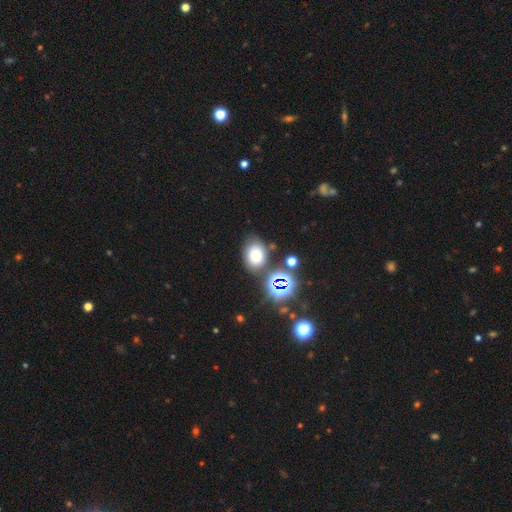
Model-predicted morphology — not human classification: Smooth or featured? Predicted: smooth (p=0.64). How rounded? Predicted: in between (p=0.63). Merging? Predicted: none (p=0.69).